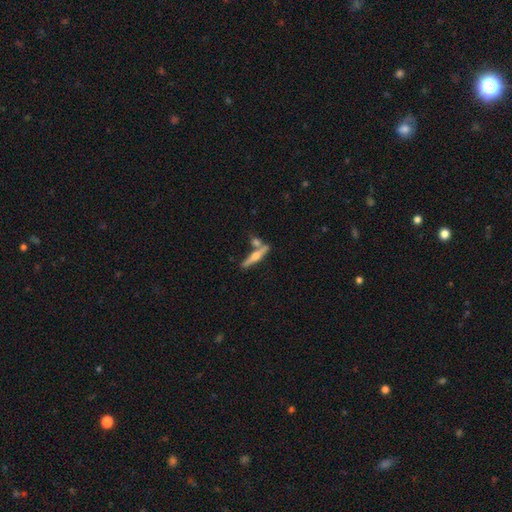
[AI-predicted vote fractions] This appears to be a featured or disk galaxy (62%) viewed edge-on (96%) with a rounded central bulge (90%). Merging: none (65%).